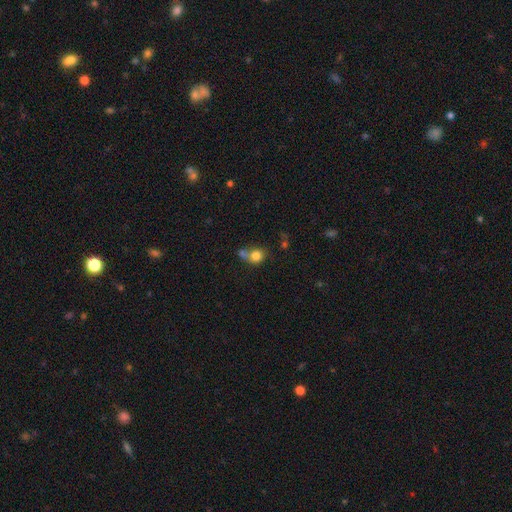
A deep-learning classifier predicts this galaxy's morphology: smooth-or-featured: smooth: 80% | star or artifact: 11% | featured or disk: 10%
  how-rounded: round: 78% | in between: 21% | cigar-shaped: 1%
  merging: merger: 41% (tied) | none: 41% (tied) | minor disturbance: 12% | major disturbance: 7%